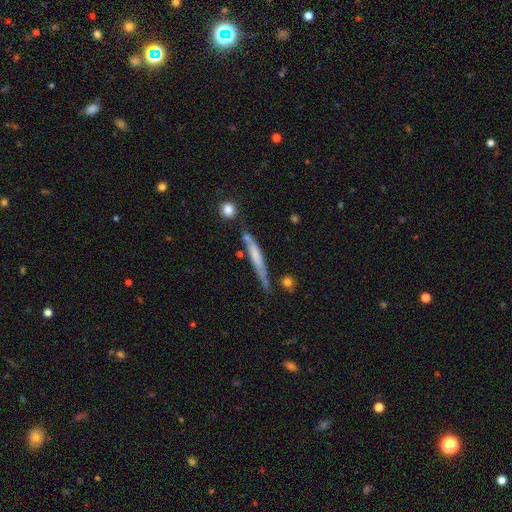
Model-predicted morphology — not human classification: Smooth or featured?
  - smooth: 50% *
  - featured or disk: 43%
  - star or artifact: 7%
How rounded?
  - cigar-shaped: 93% *
  - in between: 5%
  - round: 2%
Merging?
  - none: 59% *
  - minor disturbance: 25%
  - merger: 9%
  - major disturbance: 7%